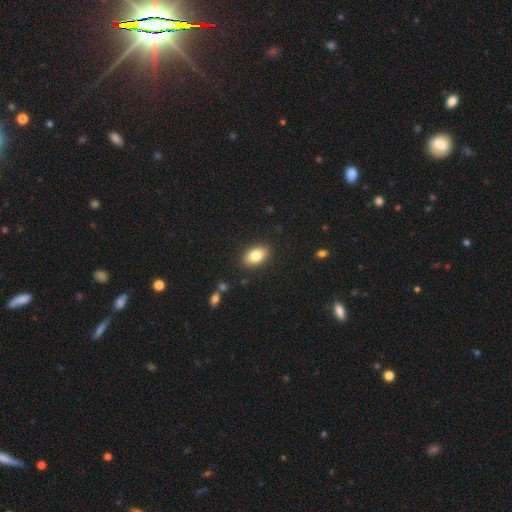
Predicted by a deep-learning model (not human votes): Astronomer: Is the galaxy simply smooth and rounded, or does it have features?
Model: smooth — 80%.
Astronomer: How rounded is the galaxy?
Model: in between — 89%.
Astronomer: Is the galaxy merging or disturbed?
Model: none — 89%.